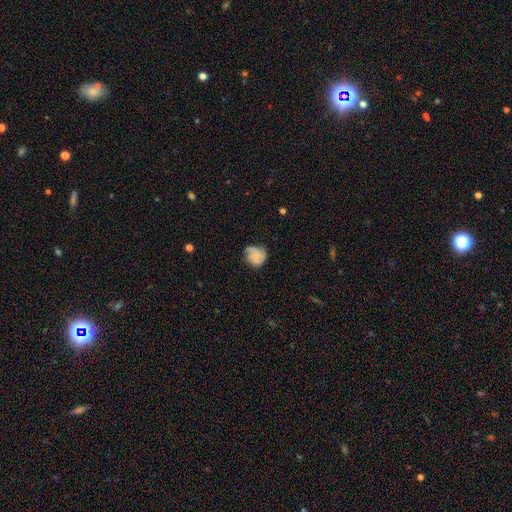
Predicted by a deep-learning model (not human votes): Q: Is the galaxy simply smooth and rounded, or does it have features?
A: smooth — 50%.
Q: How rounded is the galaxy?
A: round — 75%.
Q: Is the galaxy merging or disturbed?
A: none — 60%.